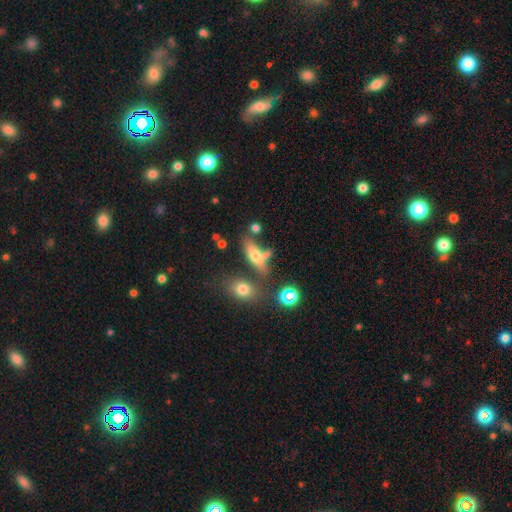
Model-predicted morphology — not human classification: type=smooth (59%); roundness=in between (59%); merging=none (53%).